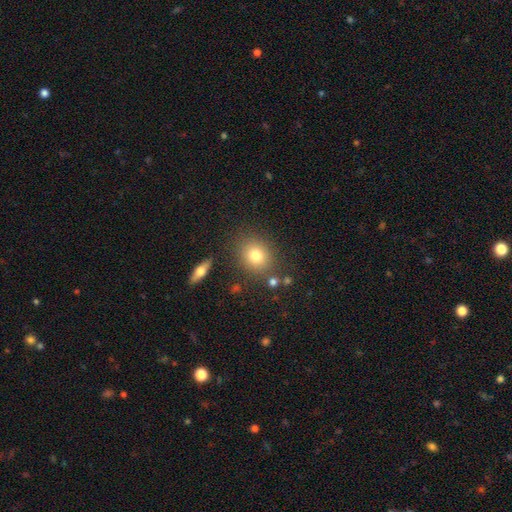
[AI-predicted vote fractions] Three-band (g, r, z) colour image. It shows a smooth galaxy with no disk features (79%) that is round (71%). Merging: none (81%).